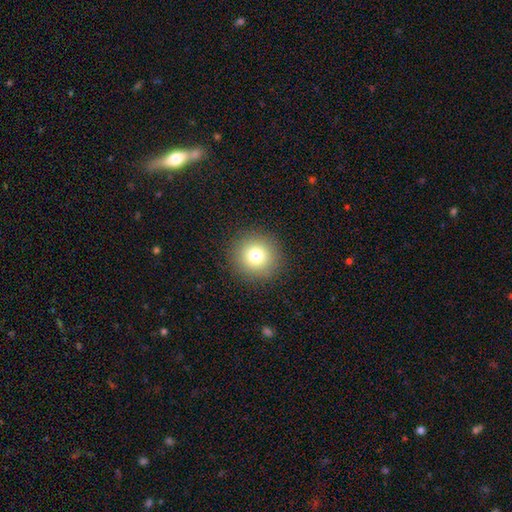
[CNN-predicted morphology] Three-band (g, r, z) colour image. It shows a smooth galaxy with no disk features (78%) that is round (95%). Merging: none (91%).